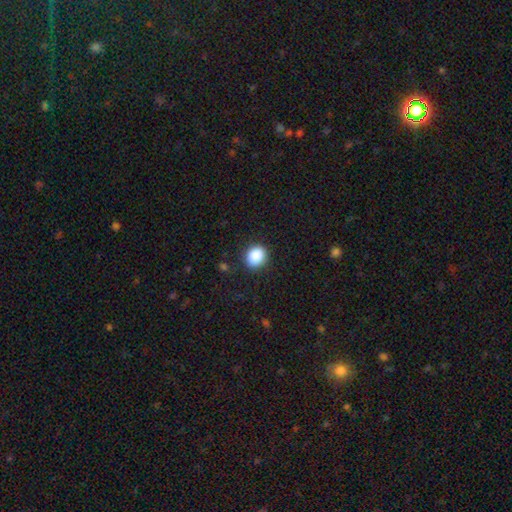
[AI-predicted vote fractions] Morphology: type=smooth (89%); roundness=round (67%); merging=none (87%).